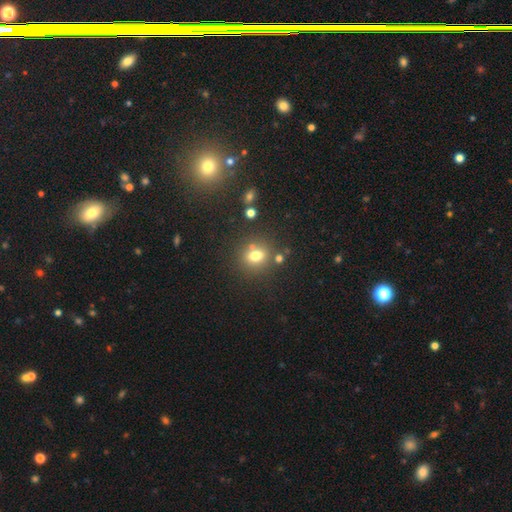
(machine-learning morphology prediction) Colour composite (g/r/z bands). It shows a smooth galaxy with no disk features (74%) that is round (64%). Merging: none (71%).